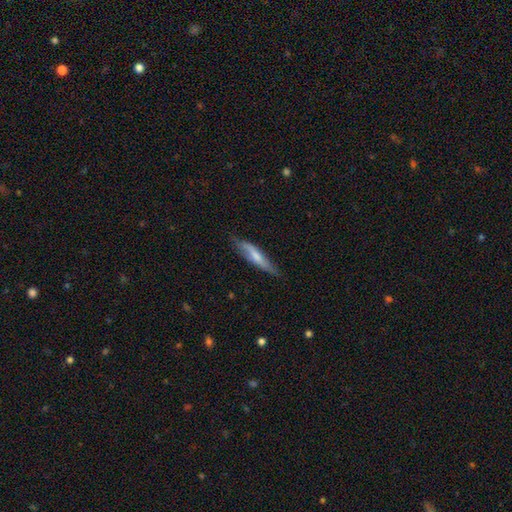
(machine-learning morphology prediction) smooth-or-featured: smooth: 55% | featured or disk: 39% | star or artifact: 6%
  how-rounded: cigar-shaped: 83% | in between: 15% | round: 2%
  merging: none: 70% | minor disturbance: 24% | major disturbance: 5% | merger: 2%